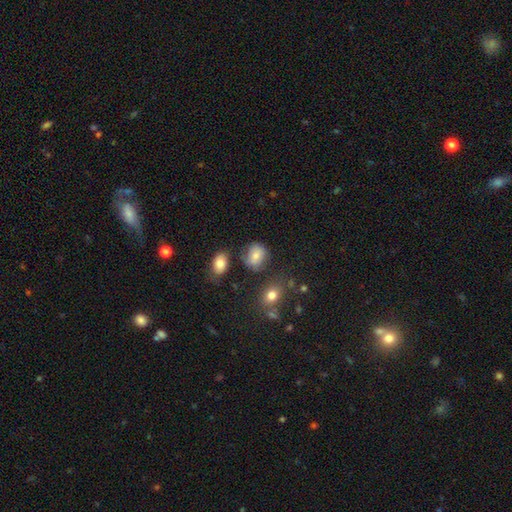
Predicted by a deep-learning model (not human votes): This appears to be a smooth galaxy with no disk features (77%) that is round (53%). Merging: none (66%).